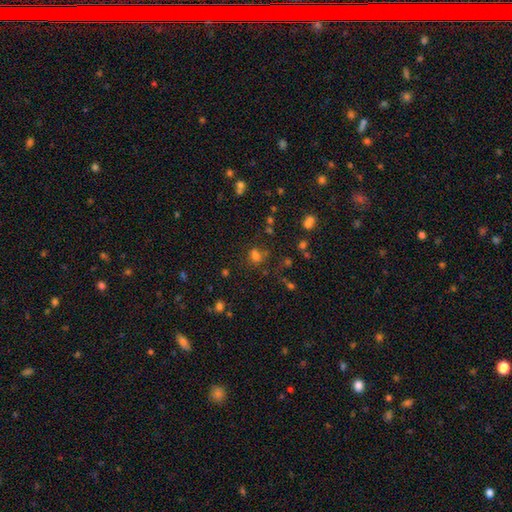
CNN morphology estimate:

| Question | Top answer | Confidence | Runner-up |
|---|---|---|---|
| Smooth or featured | smooth | 65% | star or artifact (26%) |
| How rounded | round | 53% | in between (45%) |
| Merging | none | 55% | minor disturbance (17%) |